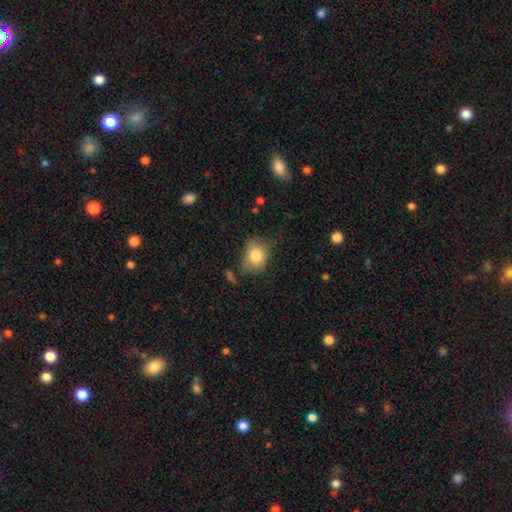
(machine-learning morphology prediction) Smooth or featured? smooth (79%)
How rounded? in between (52%)
Merging? none (57%)